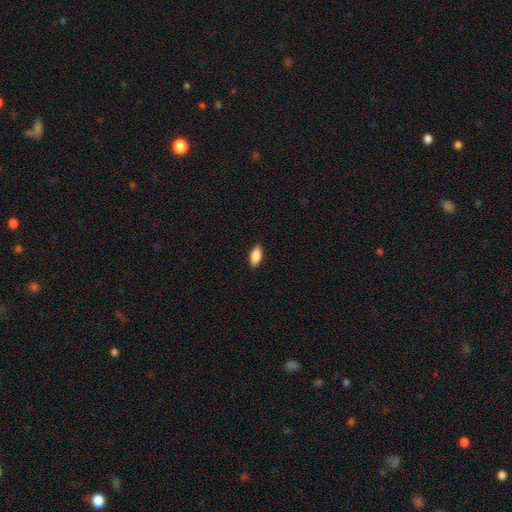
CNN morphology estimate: smooth_or_featured: smooth (p=0.86) [alt: featured or disk p=0.07]
how_rounded: in between (p=0.89) [alt: cigar-shaped p=0.08]
merging: none (p=0.89) [alt: minor disturbance p=0.08]